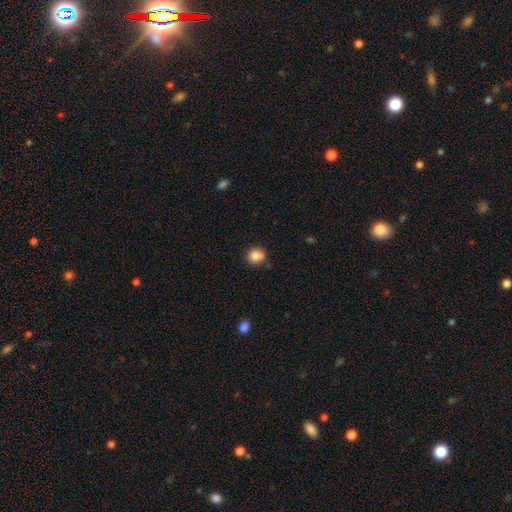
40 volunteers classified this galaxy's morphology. This is clearly a smooth galaxy (88%). How rounded: clearly round (97%). Merging: likely none (74%).